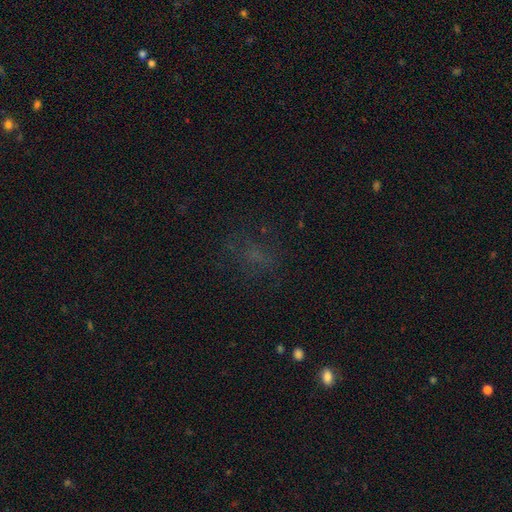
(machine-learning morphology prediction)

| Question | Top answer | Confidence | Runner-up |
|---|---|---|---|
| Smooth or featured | smooth | 42% | star or artifact (38%) |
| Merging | none | 66% | minor disturbance (16%) |